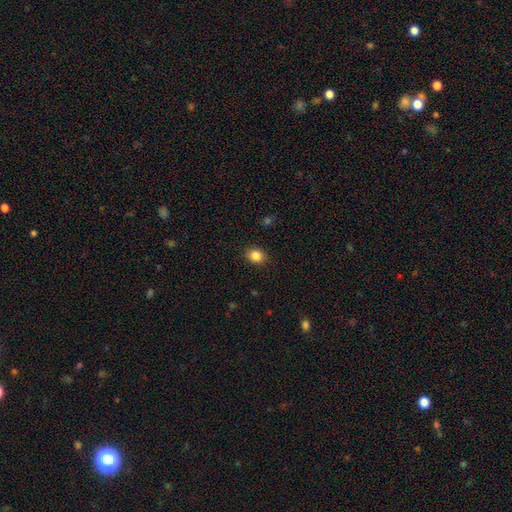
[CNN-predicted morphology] Overall: smooth (85%). How rounded: round (58%; in between 42%). Merging: none (88%).